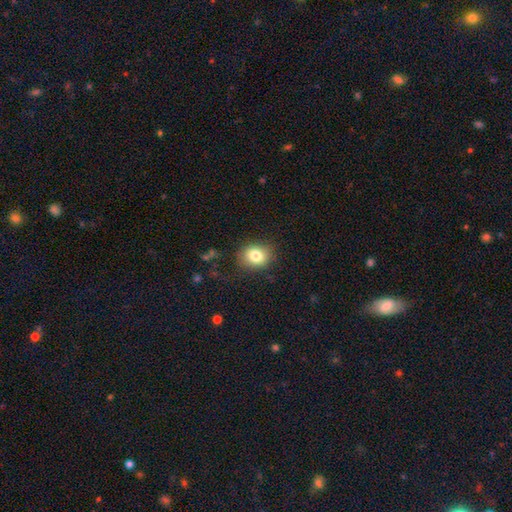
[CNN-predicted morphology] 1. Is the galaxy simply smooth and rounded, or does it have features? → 81% smooth, 10% star or artifact, 9% featured or disk.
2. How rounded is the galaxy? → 60% round, 39% in between, 1% cigar-shaped.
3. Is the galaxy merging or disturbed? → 84% none, 11% minor disturbance, 4% major disturbance, 1% merger.